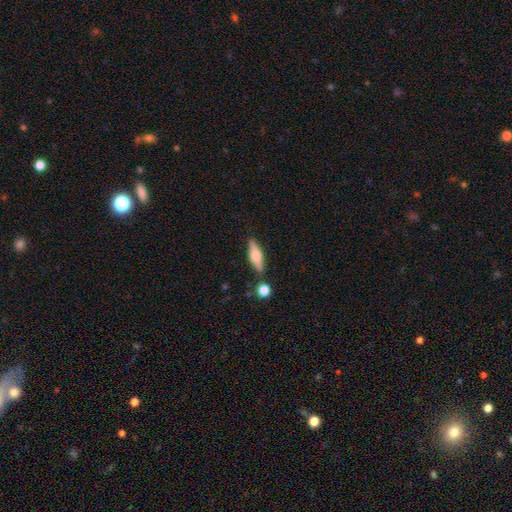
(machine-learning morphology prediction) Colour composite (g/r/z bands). It shows a smooth galaxy with no disk features (53%) that is in between round and cigar-shaped (50%). Merging: none (78%).